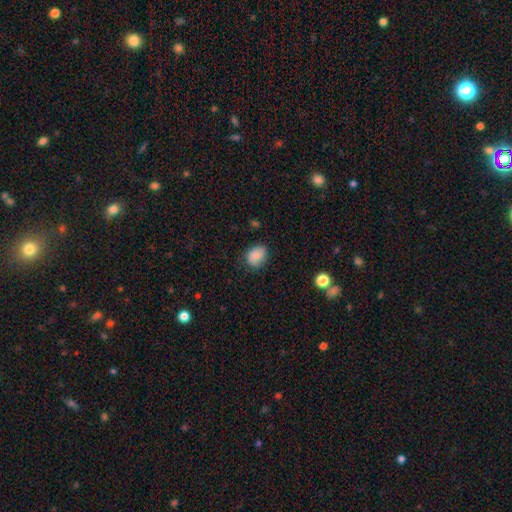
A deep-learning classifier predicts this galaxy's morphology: smooth-or-featured: smooth: 83% | featured or disk: 9% | star or artifact: 8%
  how-rounded: round: 52% | in between: 47% | cigar-shaped: 1%
  merging: none: 76% | minor disturbance: 18% | major disturbance: 4% | merger: 1%